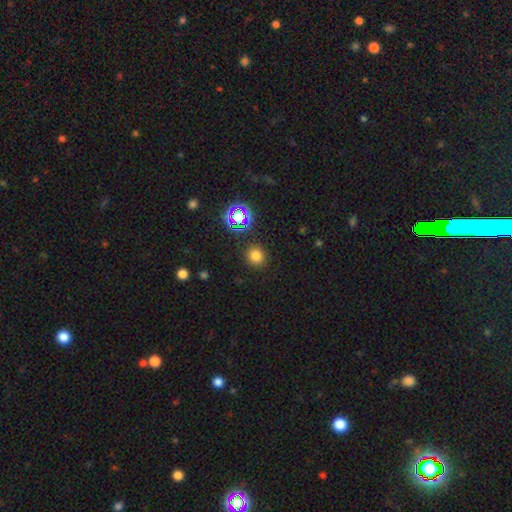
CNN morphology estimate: Smooth or featured? smooth (73%)
How rounded? round (85%)
Merging? none (87%)